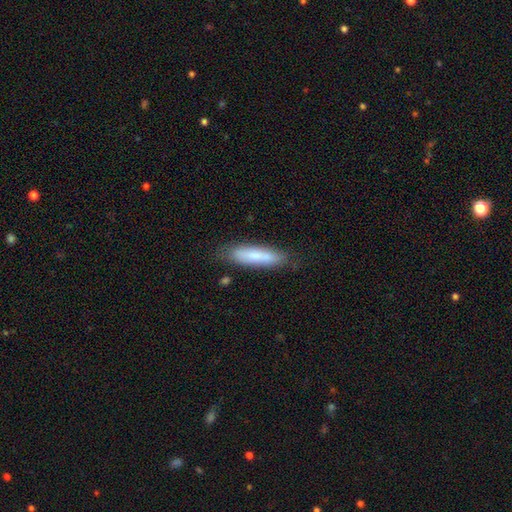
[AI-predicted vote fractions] smooth 76%, featured or disk 17%, star or artifact 6%. Down the decision tree: how rounded — cigar-shaped (71%); merging — none (79%).